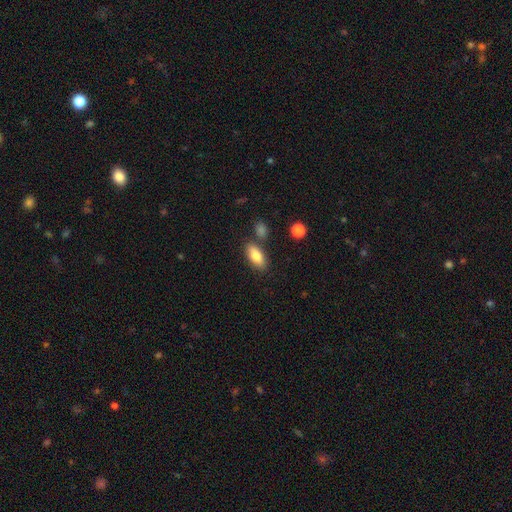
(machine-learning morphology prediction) Overall: smooth (81%). How rounded: in between (84%). Merging: none (77%).